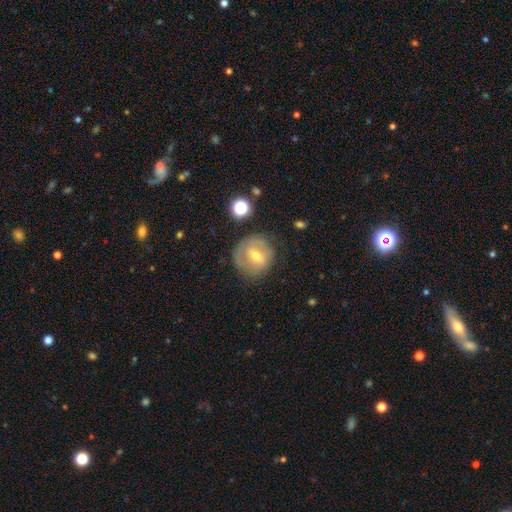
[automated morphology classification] Smooth or featured? featured or disk (54%)
Edge-on disk? no (95%)
Bar? weak (49%)
Spiral arms? yes (61%)
Bulge size? moderate (58%)
Merging? none (71%)